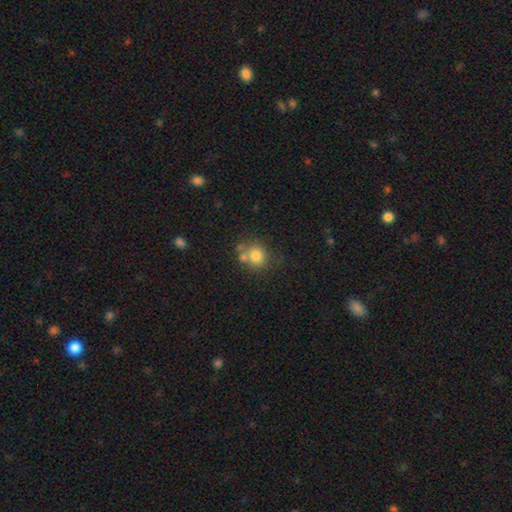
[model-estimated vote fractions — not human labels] smooth-or-featured: smooth: 78% | star or artifact: 12% | featured or disk: 11%
  how-rounded: round: 80% | in between: 19% | cigar-shaped: 1%
  merging: none: 56% | merger: 24% | minor disturbance: 14% | major disturbance: 6%